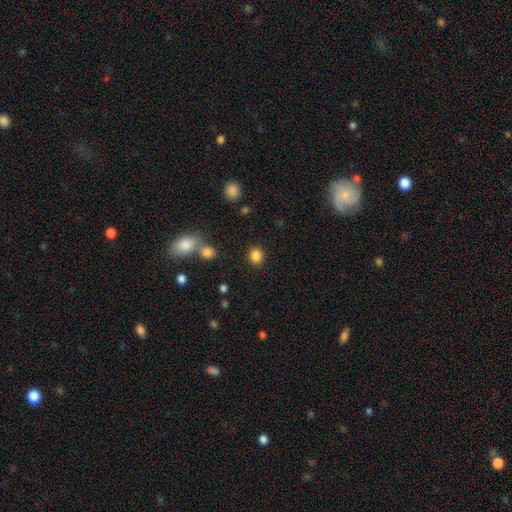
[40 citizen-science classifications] smooth_or_featured: smooth (p=0.90) [alt: star or artifact p=0.07]
how_rounded: round (p=0.72) [alt: in between p=0.28]
merging: none (p=0.86) [alt: minor disturbance p=0.05]